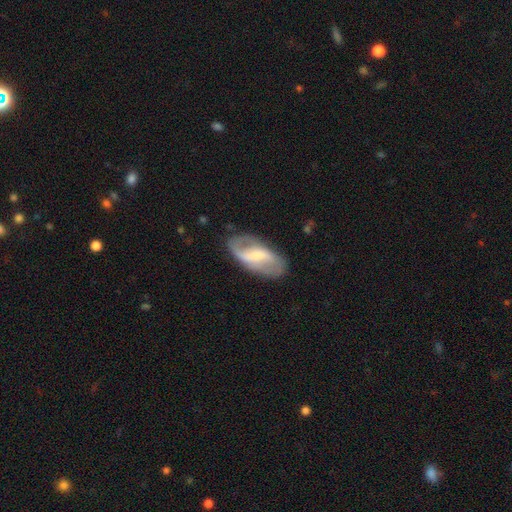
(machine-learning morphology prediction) This appears to be a featured or disk galaxy (75%) with a strong bar (44%), 2 (84%) loose (50%) spiral arms (85%) and a small central bulge (48%). Merging: none (77%).